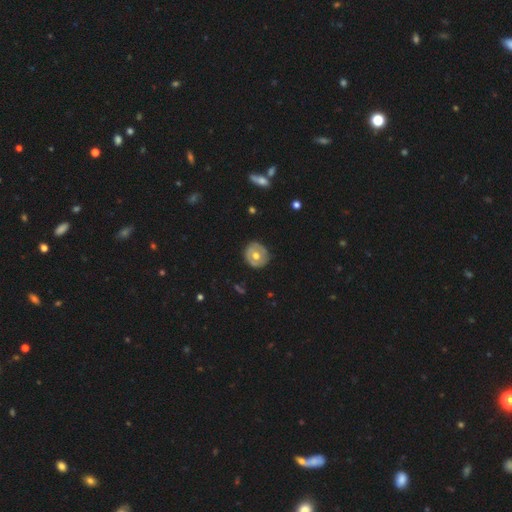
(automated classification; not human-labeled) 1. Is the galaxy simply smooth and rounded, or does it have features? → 49% smooth, 45% featured or disk, 7% star or artifact.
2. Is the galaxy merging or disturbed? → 83% none, 13% minor disturbance, 3% major disturbance, 1% merger.